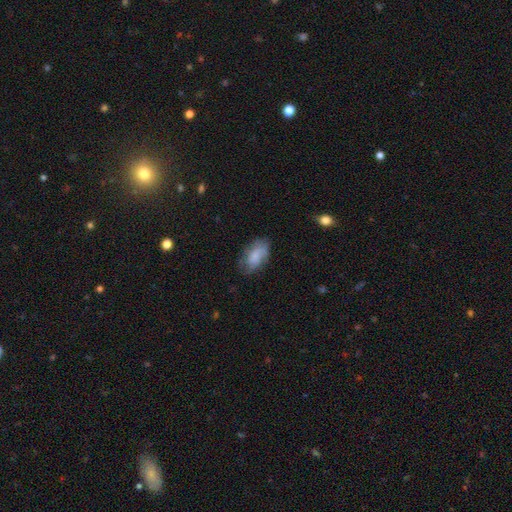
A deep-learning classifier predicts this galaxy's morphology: This is likely a smooth galaxy (69%). How rounded: clearly in between (92%). Merging: likely none (63%).